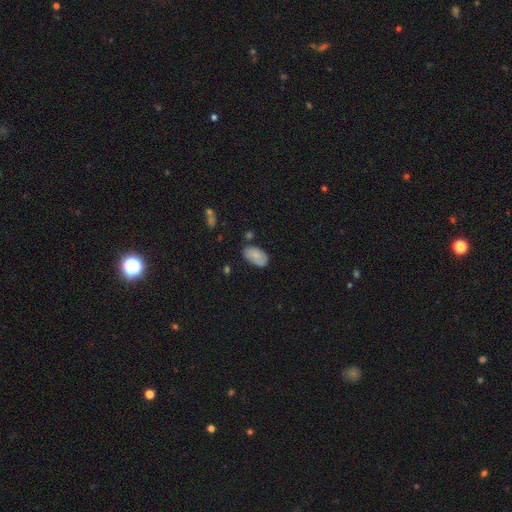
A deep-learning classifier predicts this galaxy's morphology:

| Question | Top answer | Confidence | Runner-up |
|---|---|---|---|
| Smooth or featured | smooth | 76% | featured or disk (17%) |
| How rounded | in between | 93% | round (6%) |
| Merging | none | 64% | minor disturbance (25%) |